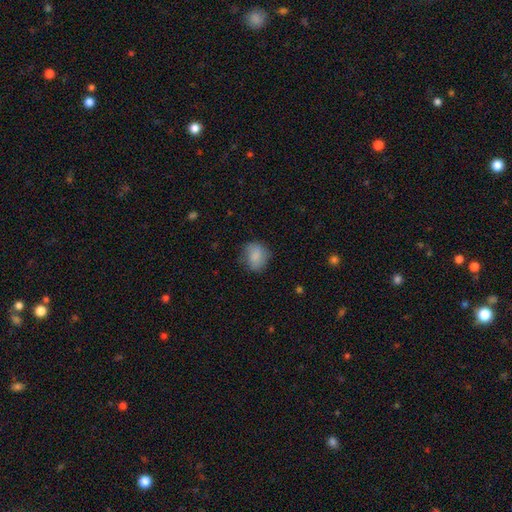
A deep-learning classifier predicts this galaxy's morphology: Q: Smooth or featured?
A: smooth (84%); runner-up: featured or disk (9%)
Q: How rounded?
A: round (62%); runner-up: in between (37%)
Q: Merging?
A: none (69%); runner-up: minor disturbance (23%)